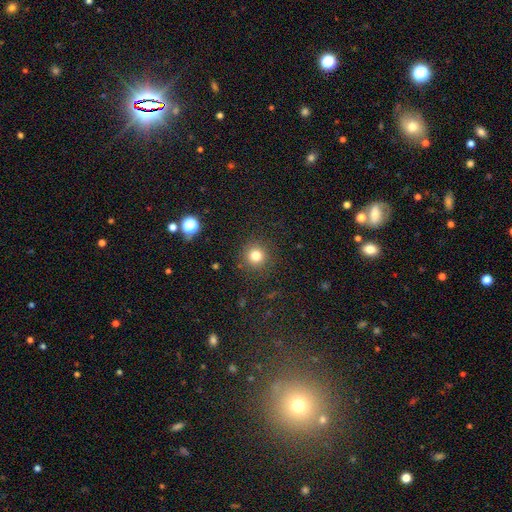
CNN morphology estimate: smooth-or-featured: smooth: 80% | star or artifact: 14% | featured or disk: 6%
  how-rounded: round: 94% | in between: 5% | cigar-shaped: 1%
  merging: none: 89% | minor disturbance: 7% | major disturbance: 3% | merger: 1%